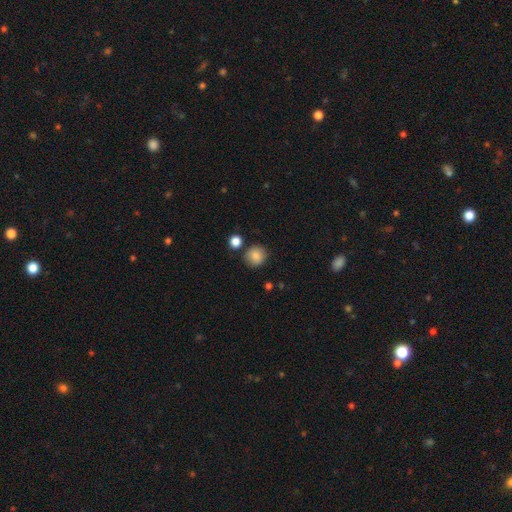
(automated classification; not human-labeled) Morphology: type=smooth (85%); roundness=round (87%); merging=none (81%).